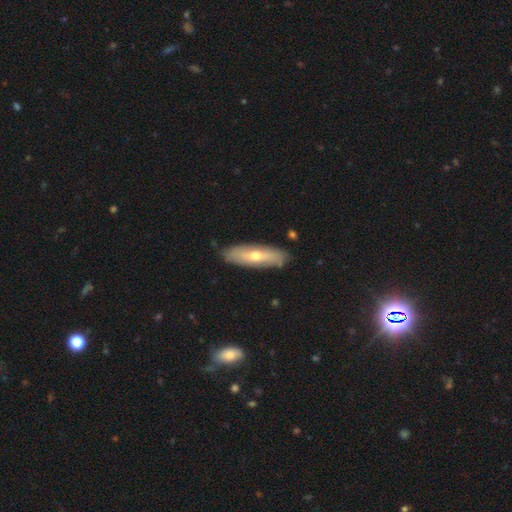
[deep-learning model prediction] Morphology: type=smooth (50%); merging=none (85%).